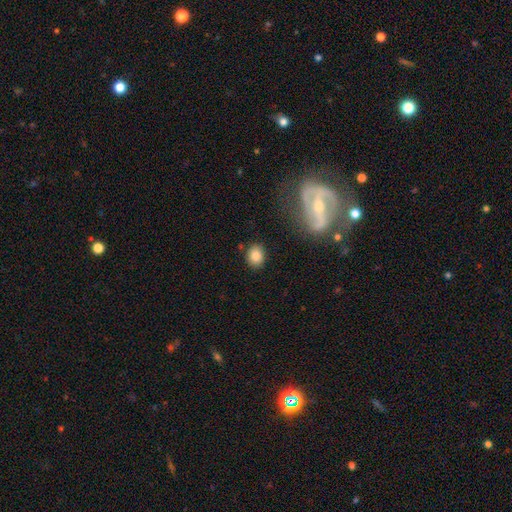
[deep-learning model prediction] A smooth galaxy with no disk features (83%) that is round (49%, tied with in between).

Vote fractions:
- Smooth or featured? smooth: 83% / star or artifact: 9% / featured or disk: 7%
- How rounded? round: 49% (tied) / in between: 49% (tied) / cigar-shaped: 1%
- Merging? none: 84% / minor disturbance: 10% / major disturbance: 3% / merger: 3%